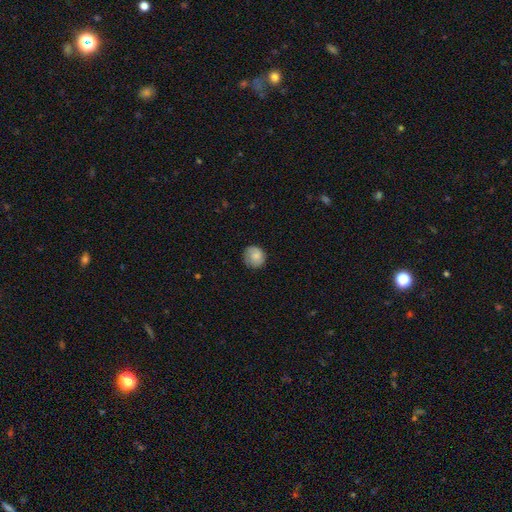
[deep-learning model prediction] Smooth or featured? smooth (69%)
How rounded? round (83%)
Merging? none (75%)